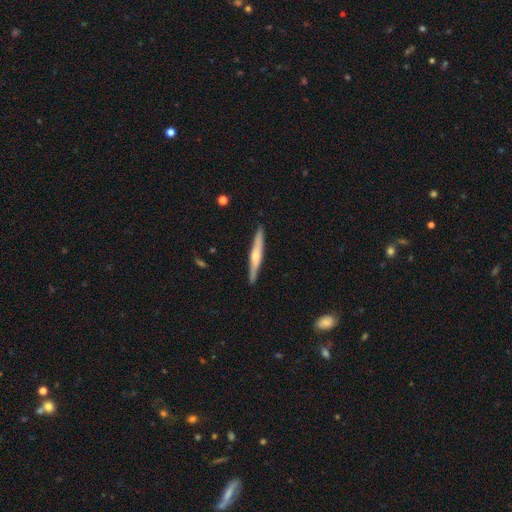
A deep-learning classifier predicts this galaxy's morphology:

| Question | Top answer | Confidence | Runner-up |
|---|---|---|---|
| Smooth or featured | featured or disk | 66% | smooth (28%) |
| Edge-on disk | yes | 97% | no (3%) |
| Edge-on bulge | rounded | 81% | none (11%) |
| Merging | none | 91% | minor disturbance (7%) |